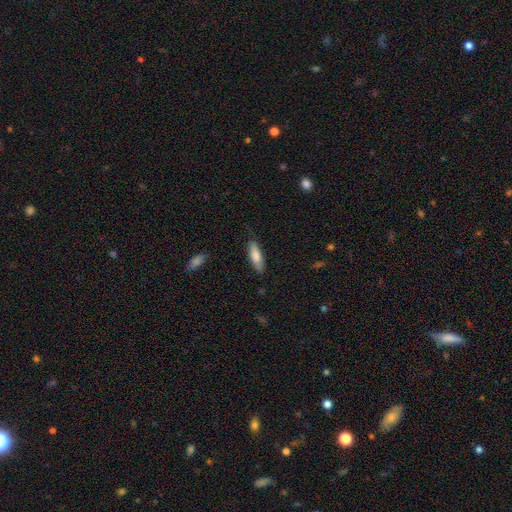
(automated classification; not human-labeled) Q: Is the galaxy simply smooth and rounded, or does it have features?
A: smooth — 79%.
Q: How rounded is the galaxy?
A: cigar-shaped — 54%.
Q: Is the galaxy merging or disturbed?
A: none — 82%.